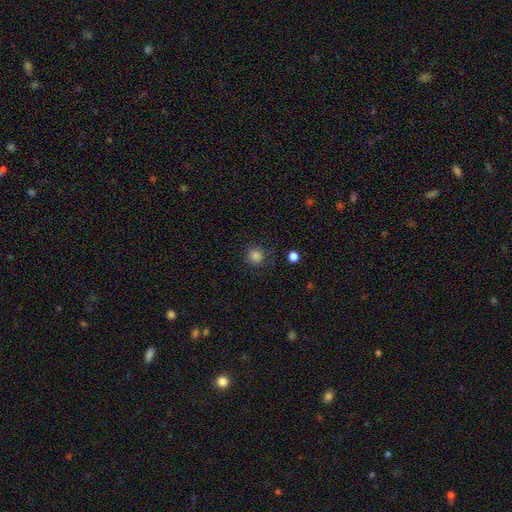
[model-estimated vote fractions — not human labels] Smooth or featured?
  - smooth: 84% *
  - star or artifact: 12%
  - featured or disk: 4%
How rounded?
  - round: 89% *
  - in between: 10%
  - cigar-shaped: 1%
Merging?
  - none: 80% *
  - minor disturbance: 13%
  - major disturbance: 5%
  - merger: 2%